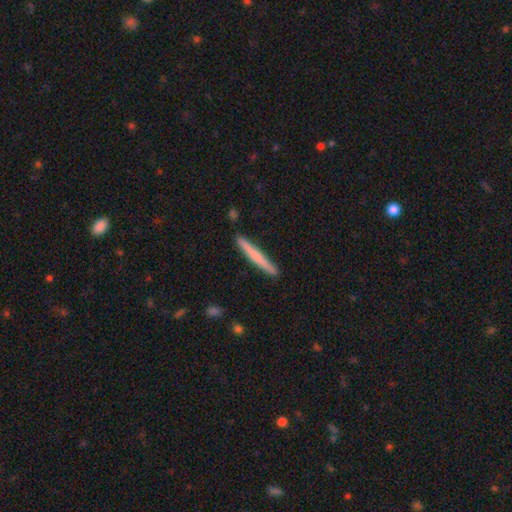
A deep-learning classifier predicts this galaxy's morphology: Smooth or featured: smooth — 61% (featured or disk — 34%)
How rounded: cigar-shaped — 96% (in between — 2%)
Merging: none — 90% (minor disturbance — 7%)